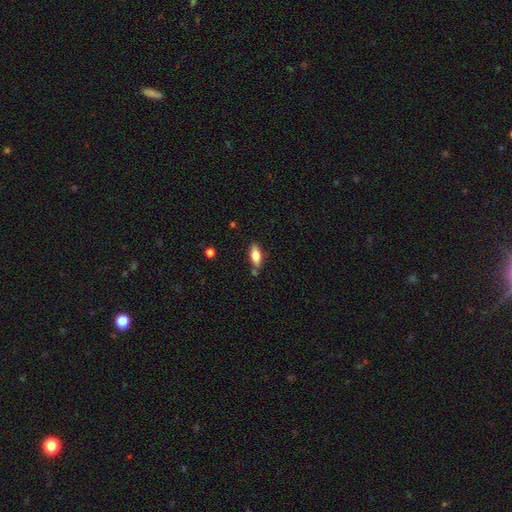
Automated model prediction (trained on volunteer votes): This is likely a smooth galaxy (70%). How rounded: likely in between (77%). Merging: likely none (75%).